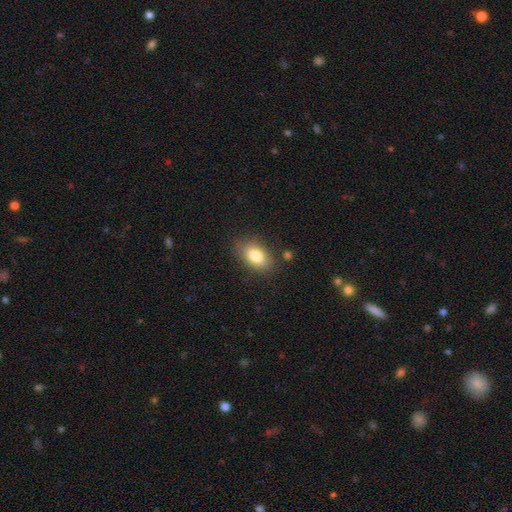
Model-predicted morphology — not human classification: This appears to be a smooth galaxy with no disk features (82%) that is in between round and cigar-shaped (89%). Merging: none (82%).